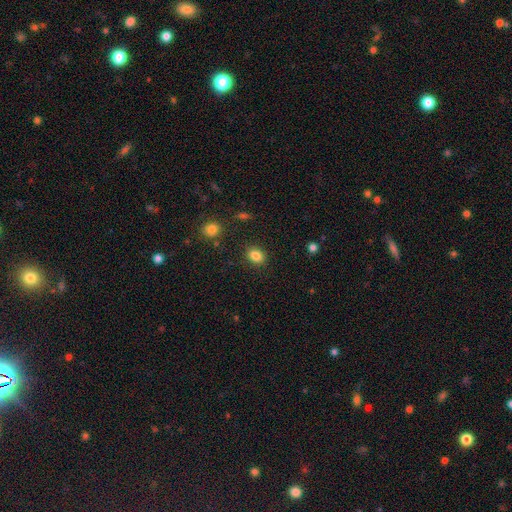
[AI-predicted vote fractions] This is clearly a smooth galaxy (84%). How rounded: possibly in between (58%). Merging: clearly none (87%).